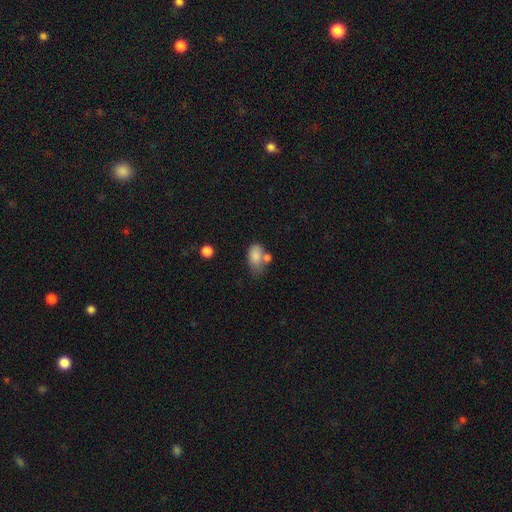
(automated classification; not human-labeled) A smooth galaxy with no disk features (81%) that is in between round and cigar-shaped (89%). Merging: none (38%).